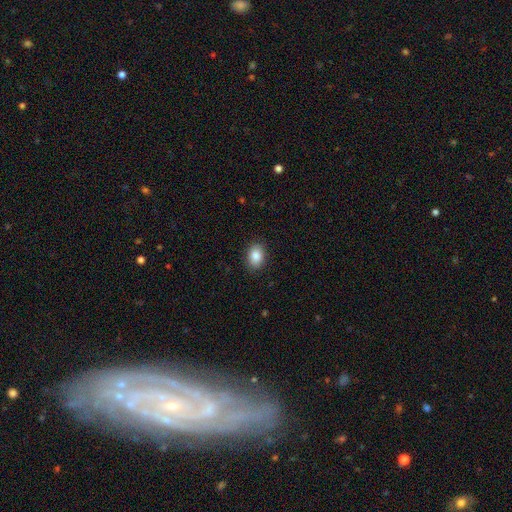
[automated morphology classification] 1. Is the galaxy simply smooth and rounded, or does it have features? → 87% smooth, 8% star or artifact, 5% featured or disk.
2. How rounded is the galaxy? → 77% in between, 21% round, 1% cigar-shaped.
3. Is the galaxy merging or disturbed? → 89% none, 8% minor disturbance, 2% major disturbance, 1% merger.